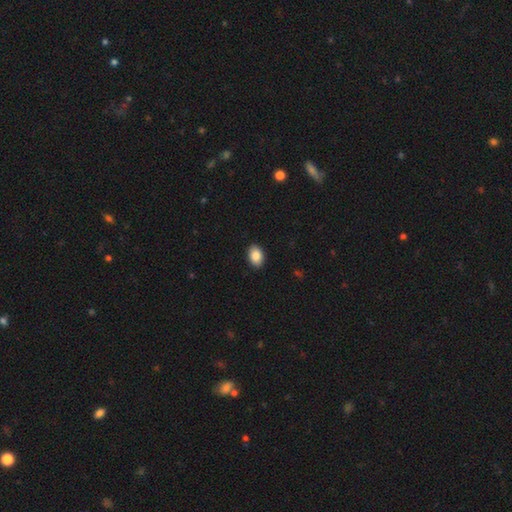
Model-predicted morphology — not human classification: A smooth galaxy with no disk features (88%) that is in between round and cigar-shaped (86%). Merging: none (90%).